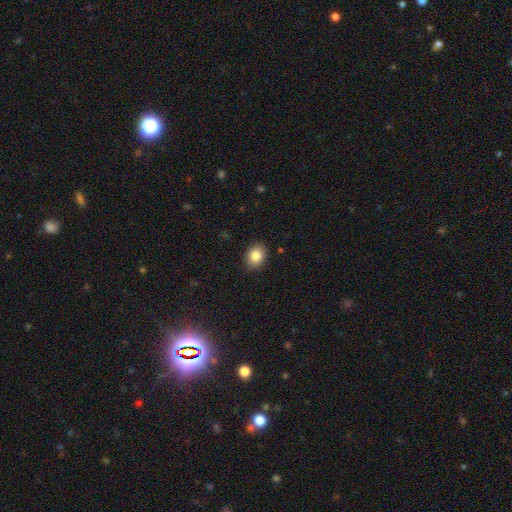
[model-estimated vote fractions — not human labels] smooth-or-featured: smooth: 85% | star or artifact: 9% | featured or disk: 6%
  how-rounded: in between: 55% | round: 44% | cigar-shaped: 1%
  merging: none: 89% | minor disturbance: 8% | major disturbance: 2% | merger: 1%